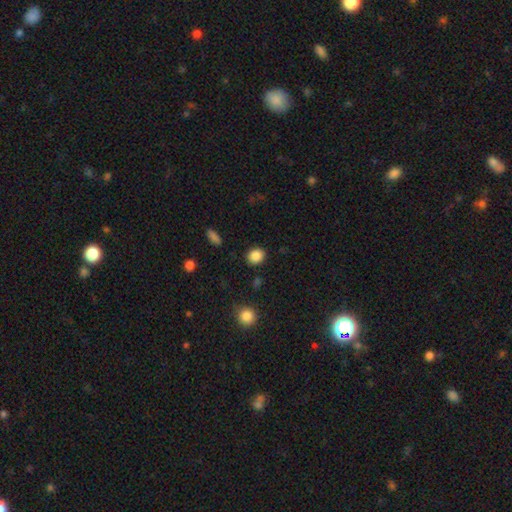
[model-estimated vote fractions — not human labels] A smooth galaxy with no disk features (86%) that is round (70%). Merging: none (88%).